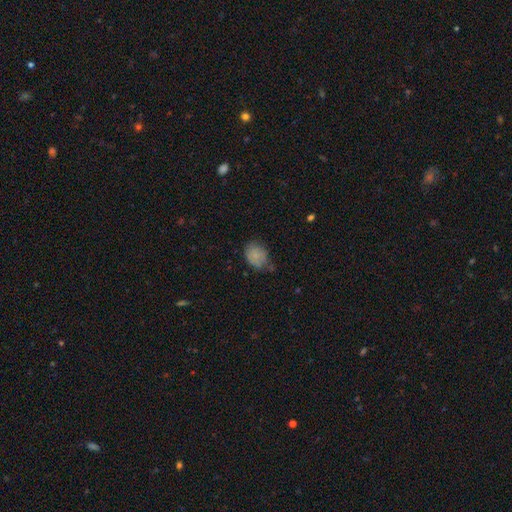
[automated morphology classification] A smooth galaxy with no disk features (78%) that is in between round and cigar-shaped (56%).

Vote fractions:
- Smooth or featured? smooth: 78% / featured or disk: 13% / star or artifact: 10%
- How rounded? in between: 56% / round: 43% / cigar-shaped: 1%
- Merging? none: 51% / minor disturbance: 35% / major disturbance: 9% / merger: 5%